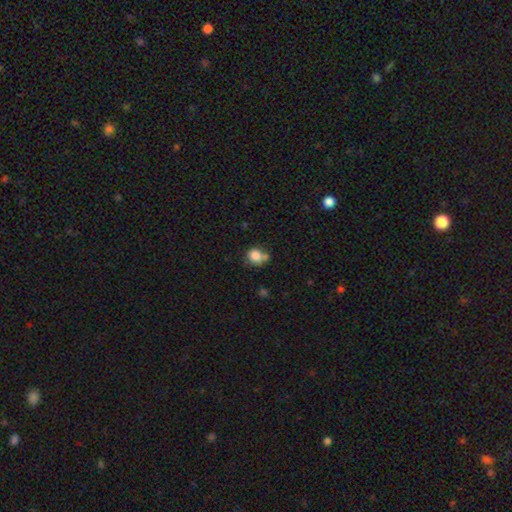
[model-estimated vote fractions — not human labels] This appears to be a smooth galaxy with no disk features (83%) that is round (80%). Merging: none (53%).